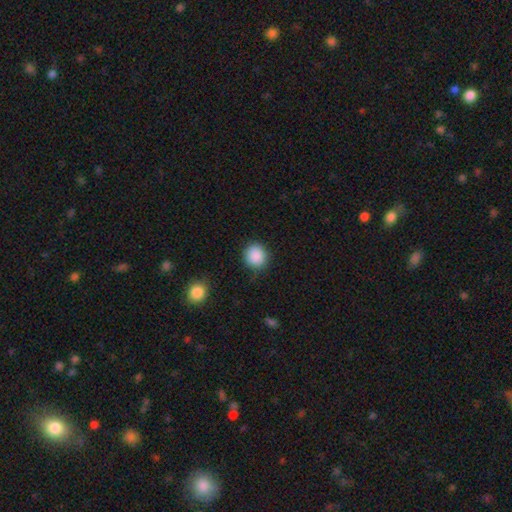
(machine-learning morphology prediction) The model was most divided on "merging": none: 84%, minor disturbance: 11%, major disturbance: 3%, merger: 1%. More confident: smooth or featured — smooth (89%); how rounded — round (86%).